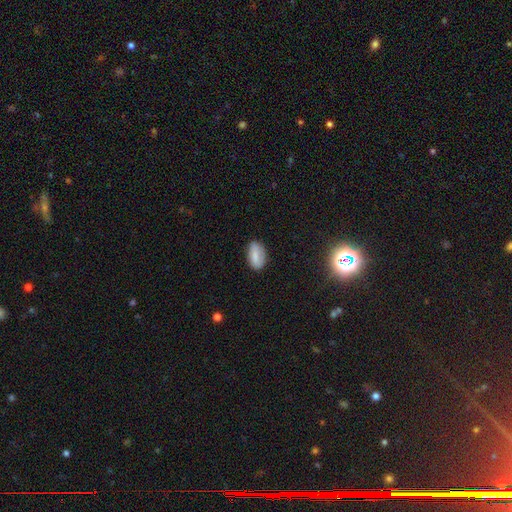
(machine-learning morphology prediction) smooth_or_featured: smooth (p=0.75) [alt: featured or disk p=0.17]
how_rounded: in between (p=0.92) [alt: round p=0.05]
merging: none (p=0.80) [alt: minor disturbance p=0.15]